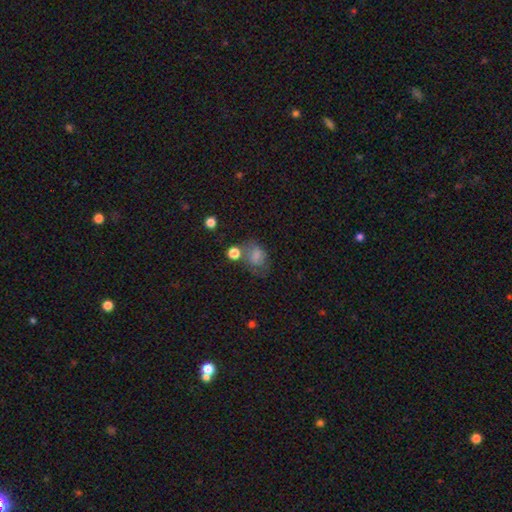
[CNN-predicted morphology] This appears to be a smooth galaxy with no disk features (72%) that is in between round and cigar-shaped (61%). Merging: none (43%).